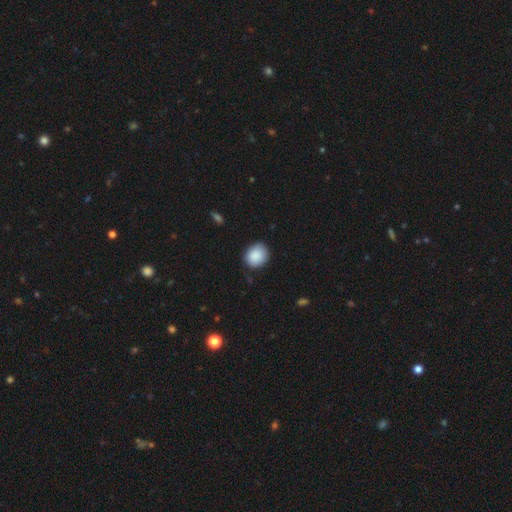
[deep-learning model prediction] Overall: smooth (89%). How rounded: round (64%; in between 35%). Merging: none (81%).